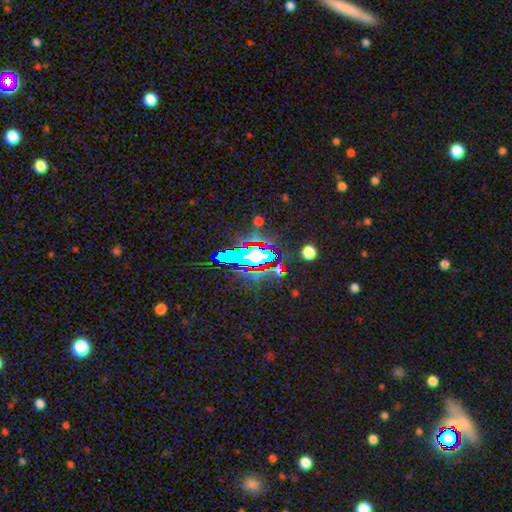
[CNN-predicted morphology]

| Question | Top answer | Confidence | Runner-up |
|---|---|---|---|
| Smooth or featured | star or artifact | 61% | smooth (24%) |